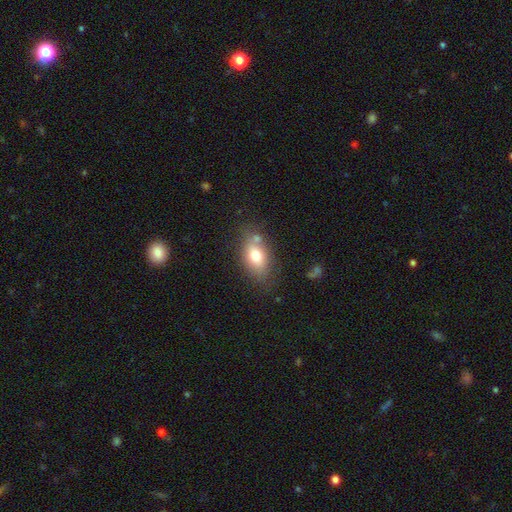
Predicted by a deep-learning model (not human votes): Overall: smooth (73%). How rounded: in between (85%). Merging: none (66%).